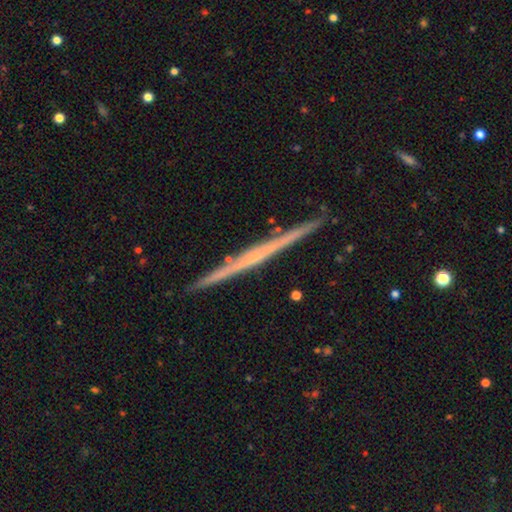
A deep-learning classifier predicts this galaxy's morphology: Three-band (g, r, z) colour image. It shows a featured or disk galaxy (72%) viewed edge-on (98%) with no central bulge (77%). Merging: none (91%).